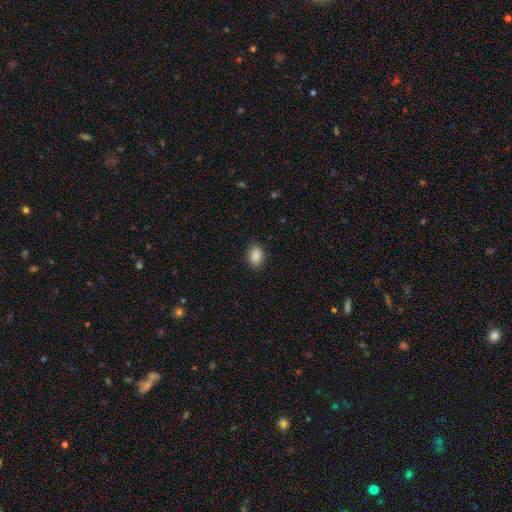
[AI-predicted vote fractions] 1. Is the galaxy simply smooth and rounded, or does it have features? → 89% smooth, 8% star or artifact, 4% featured or disk.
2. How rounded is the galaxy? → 79% in between, 20% round, 1% cigar-shaped.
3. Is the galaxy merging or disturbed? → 88% none, 9% minor disturbance, 2% major disturbance, 1% merger.